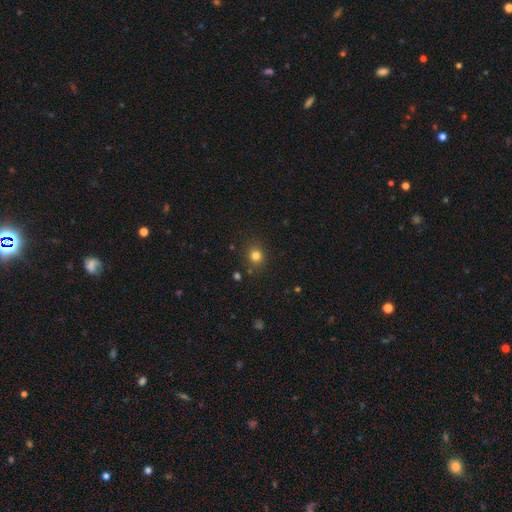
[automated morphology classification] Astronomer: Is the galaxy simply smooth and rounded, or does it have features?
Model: smooth — 80%.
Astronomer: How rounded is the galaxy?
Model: round — 81%.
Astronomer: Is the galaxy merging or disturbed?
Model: none — 86%.